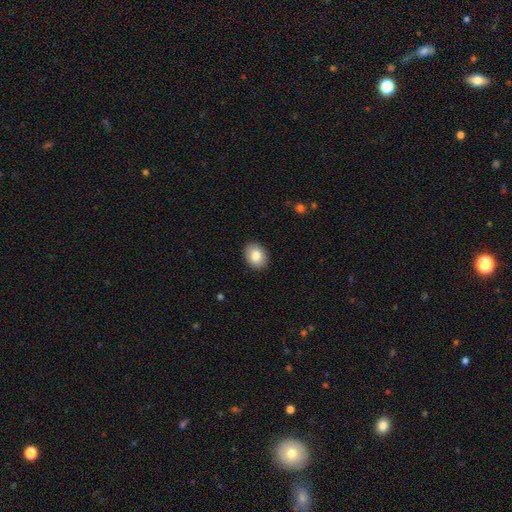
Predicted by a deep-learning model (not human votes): smooth_or_featured: smooth (p=0.83) [alt: featured or disk p=0.09]
how_rounded: in between (p=0.62) [alt: round p=0.37]
merging: none (p=0.91) [alt: minor disturbance p=0.07]